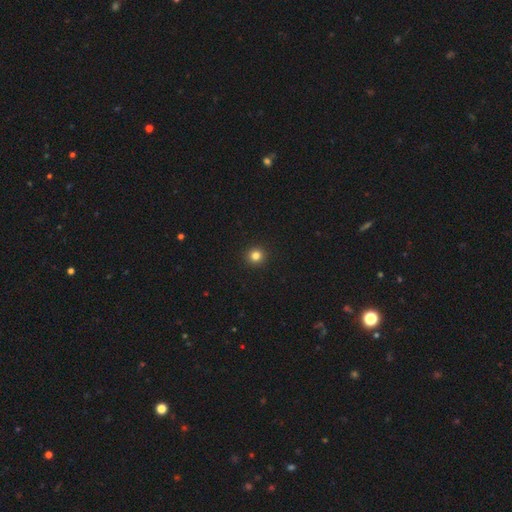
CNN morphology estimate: Overall: smooth (82%). How rounded: round (95%). Merging: none (94%).